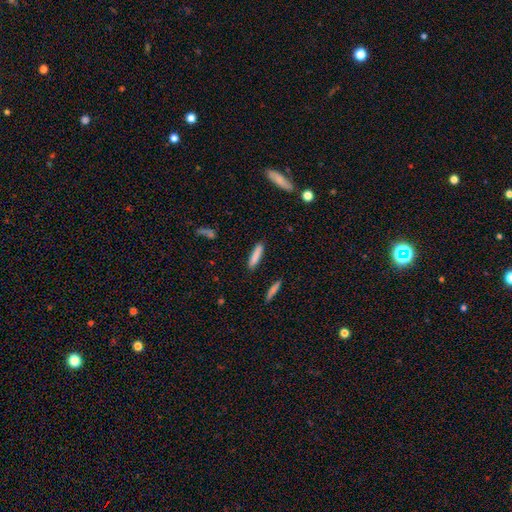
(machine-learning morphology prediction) The model was most divided on "how rounded": cigar-shaped: 83%, in between: 16%, round: 1%. More confident: merging — none (88%); smooth or featured — smooth (83%).